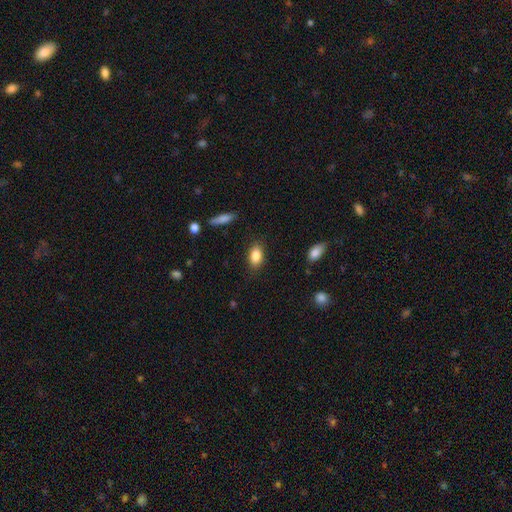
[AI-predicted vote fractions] Smooth or featured: smooth — 86% (star or artifact — 8%)
How rounded: in between — 87% (round — 9%)
Merging: none — 84% (minor disturbance — 11%)